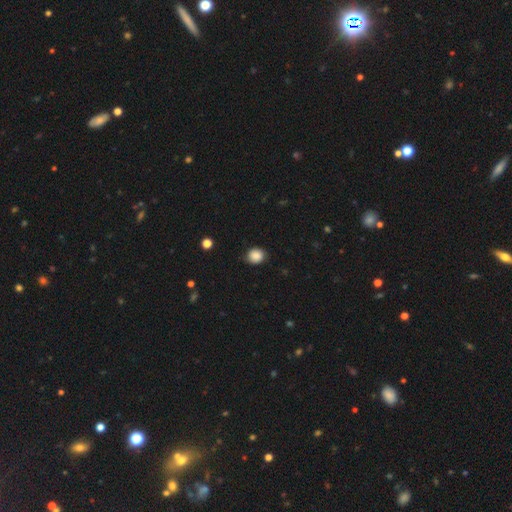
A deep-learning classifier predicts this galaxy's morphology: type=smooth (87%); roundness=round (76%); merging=none (84%).